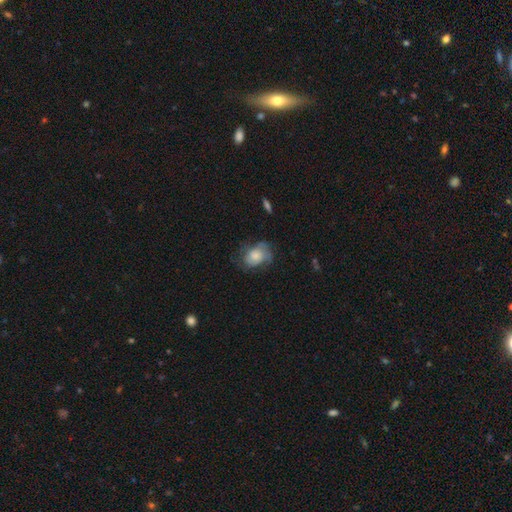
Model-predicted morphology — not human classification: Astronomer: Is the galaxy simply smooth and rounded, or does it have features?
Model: smooth — 52% (runner-up: featured or disk, 40%).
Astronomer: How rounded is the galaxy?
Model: in between — 67%.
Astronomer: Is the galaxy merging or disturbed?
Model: none — 52% (runner-up: minor disturbance, 28%).